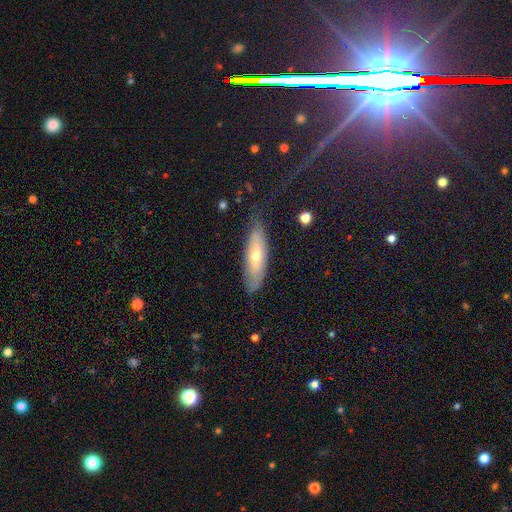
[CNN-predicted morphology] This is possibly a smooth galaxy (50%). Merging: likely none (70%).